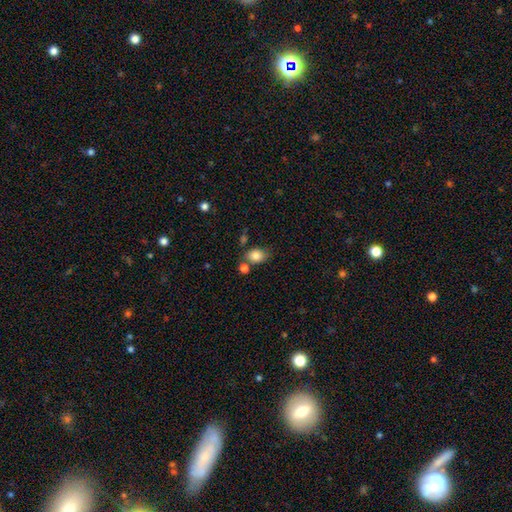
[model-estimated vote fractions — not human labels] Morphology: type=smooth (84%); roundness=in between (69%); merging=none (62%).